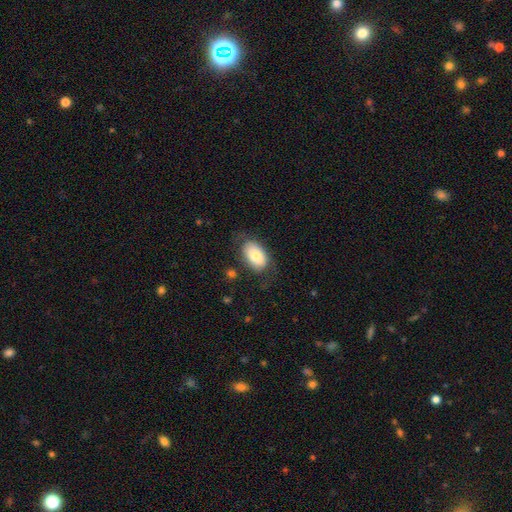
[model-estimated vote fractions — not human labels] Morphology: type=smooth (74%); roundness=in between (91%); merging=none (69%).